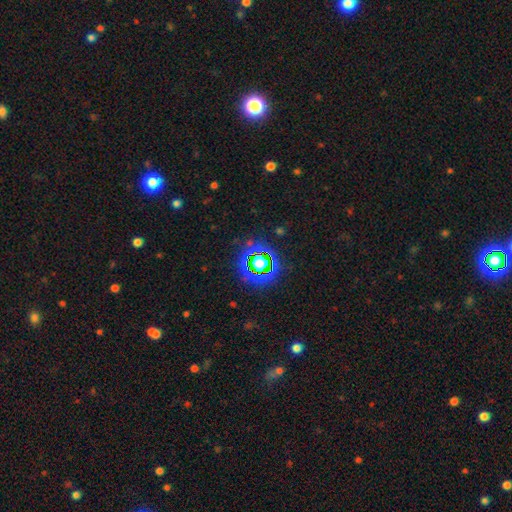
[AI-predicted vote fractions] Smooth or featured? star or artifact (77%)